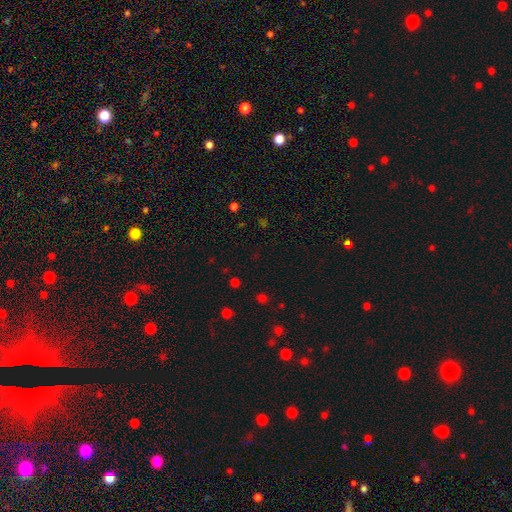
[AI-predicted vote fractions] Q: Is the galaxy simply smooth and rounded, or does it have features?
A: star or artifact — 56%.